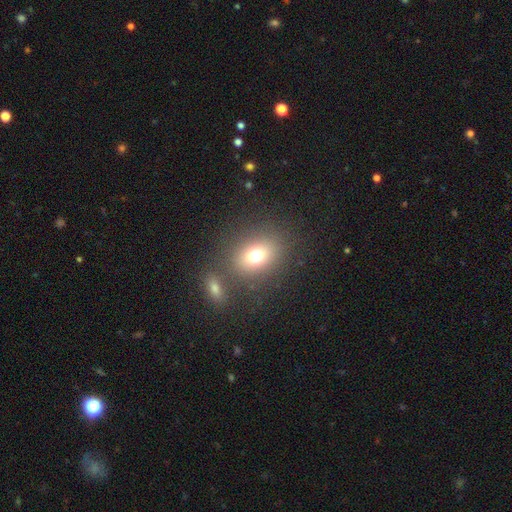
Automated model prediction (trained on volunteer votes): A smooth galaxy with no disk features (74%) that is in between round and cigar-shaped (50%). Merging: none (72%).